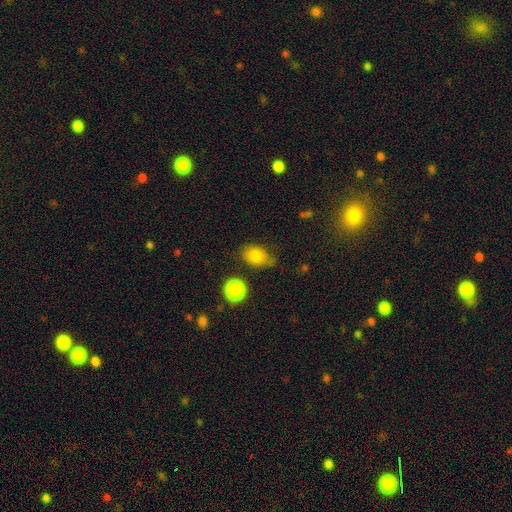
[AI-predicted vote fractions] This appears to be a smooth galaxy with no disk features (79%) that is in between round and cigar-shaped (73%). Merging: none (61%).